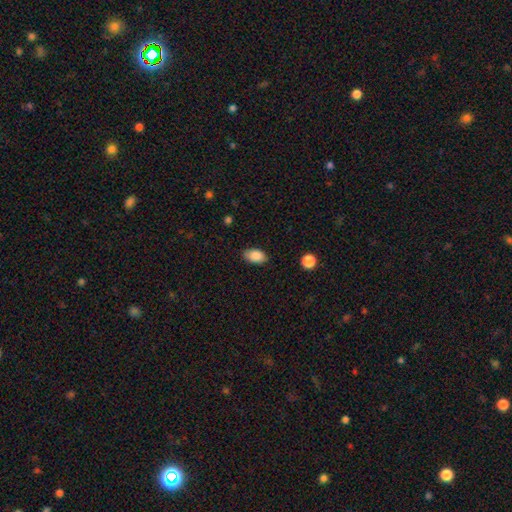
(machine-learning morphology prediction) This appears to be a smooth galaxy with no disk features (88%) that is in between round and cigar-shaped (91%). Merging: none (84%).